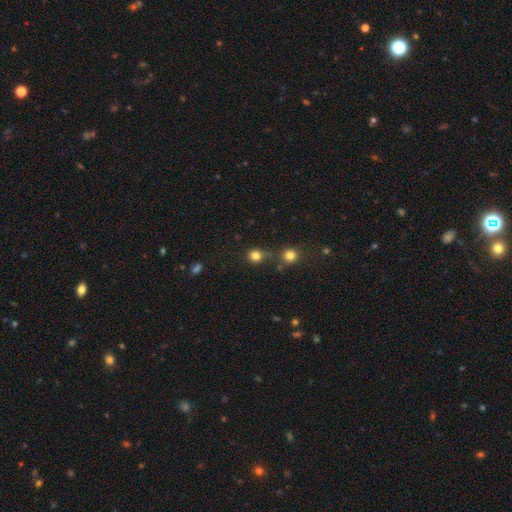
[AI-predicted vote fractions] Smooth or featured? Predicted: smooth (p=0.81). How rounded? Predicted: round (p=0.88). Merging? Predicted: none (p=0.71).